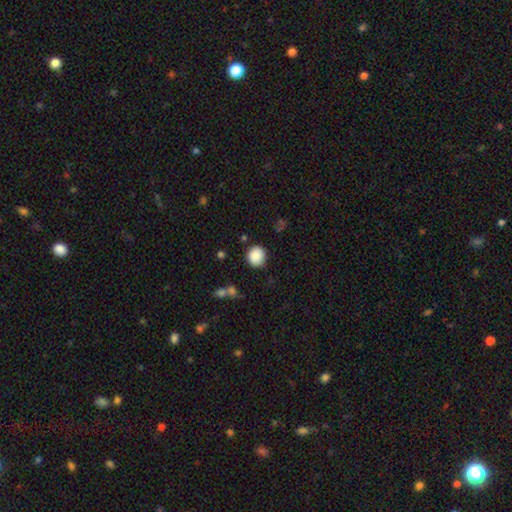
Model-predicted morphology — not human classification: This appears to be a smooth galaxy with no disk features (88%) that is round (86%). Merging: none (84%).